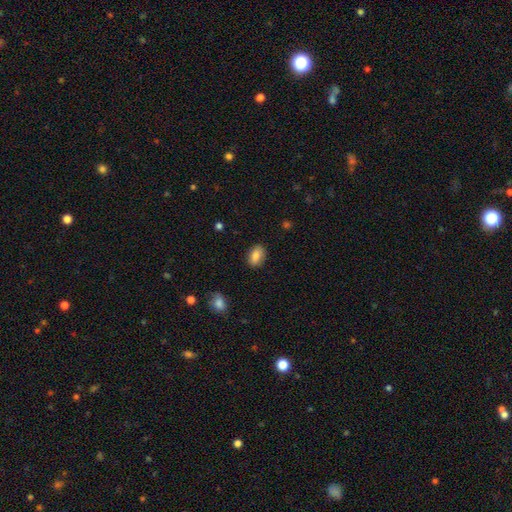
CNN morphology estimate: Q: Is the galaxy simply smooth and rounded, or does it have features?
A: smooth — 83%.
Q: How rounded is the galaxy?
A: in between — 85%.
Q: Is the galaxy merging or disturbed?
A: none — 87%.